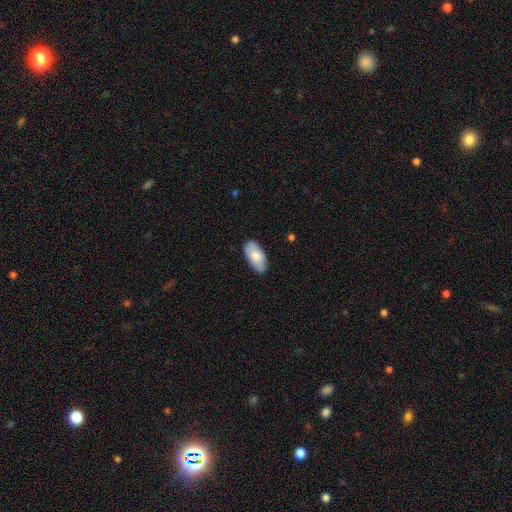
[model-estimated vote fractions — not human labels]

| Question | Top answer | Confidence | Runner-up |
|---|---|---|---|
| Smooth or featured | smooth | 73% | featured or disk (21%) |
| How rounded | in between | 94% | cigar-shaped (3%) |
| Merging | none | 82% | minor disturbance (15%) |